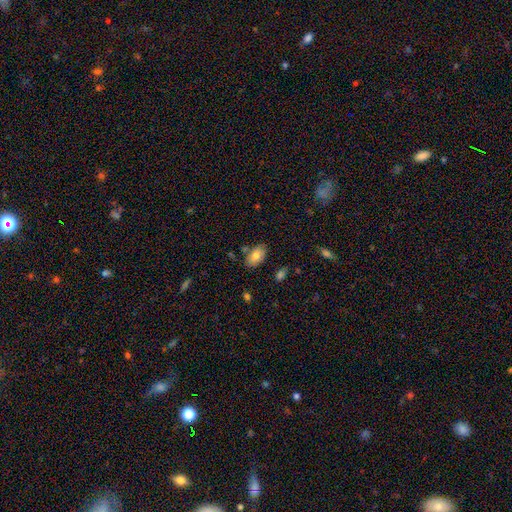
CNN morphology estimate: Smooth or featured?
  - smooth: 76% *
  - featured or disk: 16%
  - star or artifact: 7%
How rounded?
  - in between: 92% *
  - round: 7%
  - cigar-shaped: 2%
Merging?
  - none: 76% *
  - minor disturbance: 16%
  - merger: 6%
  - major disturbance: 3%